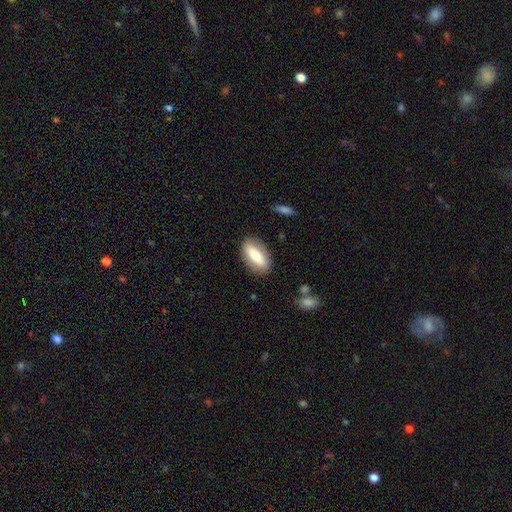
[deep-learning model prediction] Morphology: type=smooth (68%); roundness=in between (86%); merging=none (84%).